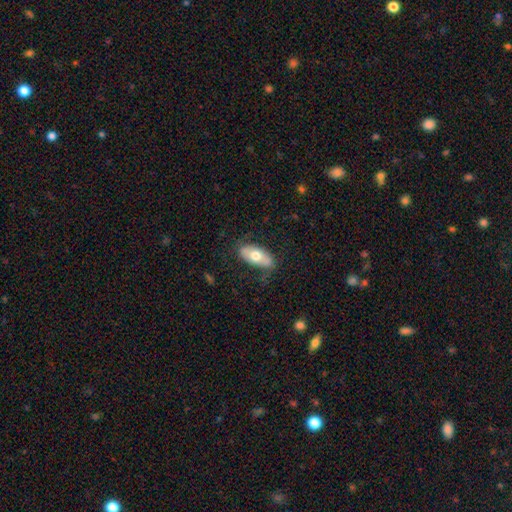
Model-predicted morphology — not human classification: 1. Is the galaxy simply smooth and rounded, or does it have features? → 62% smooth, 33% featured or disk, 6% star or artifact.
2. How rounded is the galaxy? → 89% in between, 8% cigar-shaped, 3% round.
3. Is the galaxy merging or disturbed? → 71% none, 20% minor disturbance, 7% major disturbance, 2% merger.